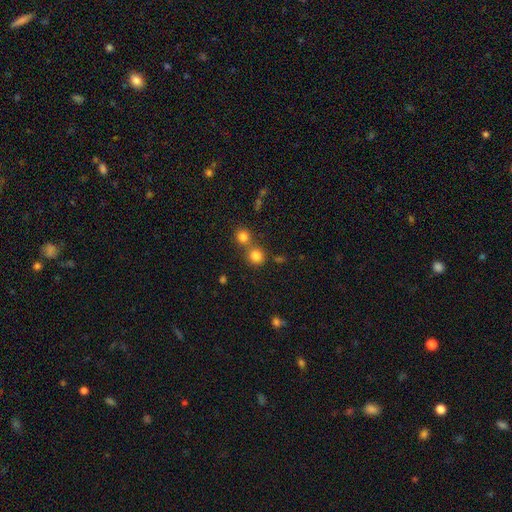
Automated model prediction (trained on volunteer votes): Smooth or featured? smooth (80%)
How rounded? round (88%)
Merging? none (57%)